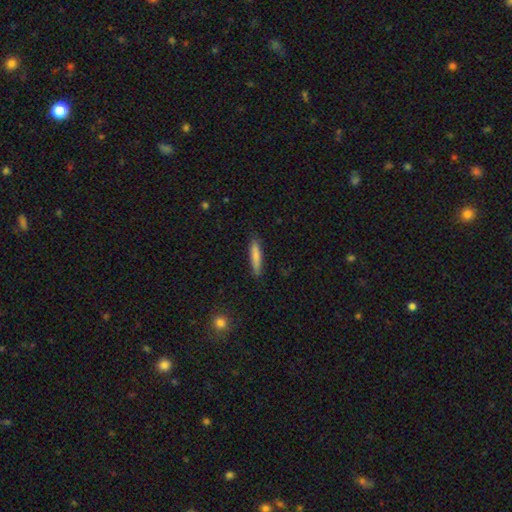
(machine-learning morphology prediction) A smooth galaxy with no disk features (80%) that is cigar-shaped (87%).

Vote fractions:
- Smooth or featured? smooth: 80% / featured or disk: 14% / star or artifact: 6%
- How rounded? cigar-shaped: 87% / in between: 12% / round: 1%
- Merging? none: 86% / minor disturbance: 10% / major disturbance: 2% / merger: 1%